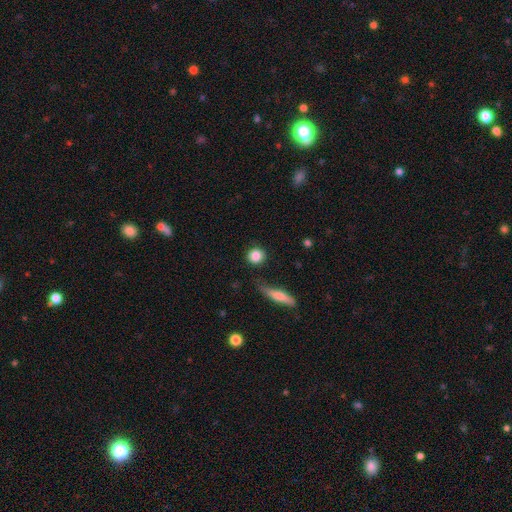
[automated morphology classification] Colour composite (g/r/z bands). It shows a smooth galaxy with no disk features (86%) that is round (86%). Merging: none (80%).